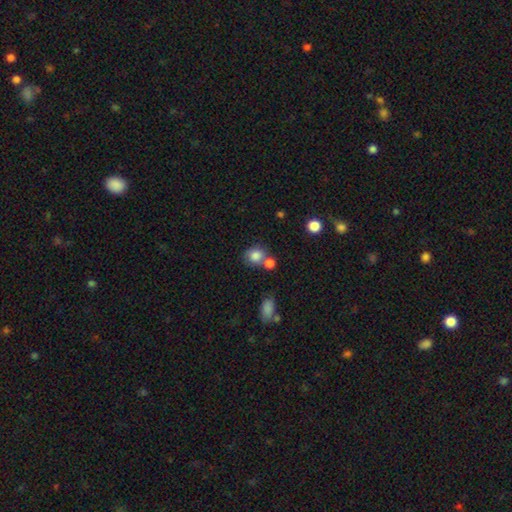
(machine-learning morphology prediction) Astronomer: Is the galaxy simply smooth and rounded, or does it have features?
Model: smooth — 82%.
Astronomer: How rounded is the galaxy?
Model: round — 71%.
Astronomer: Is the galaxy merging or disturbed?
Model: none — 51% (runner-up: merger, 32%).